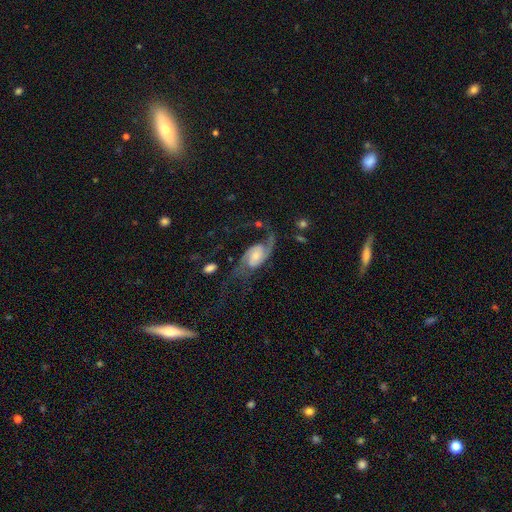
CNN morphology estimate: A featured or disk galaxy (83%) with no bar (53%), 2 (91%) loose (60%) spiral arms (96%) and a small central bulge (38%, tied with moderate). Merging: none (49%).